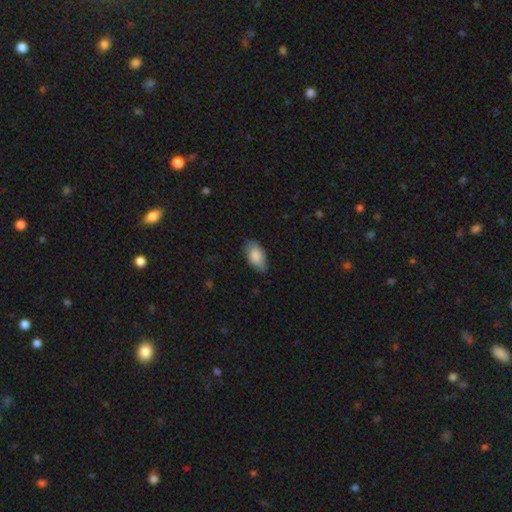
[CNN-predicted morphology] Smooth or featured? smooth (87%)
How rounded? in between (94%)
Merging? none (80%)